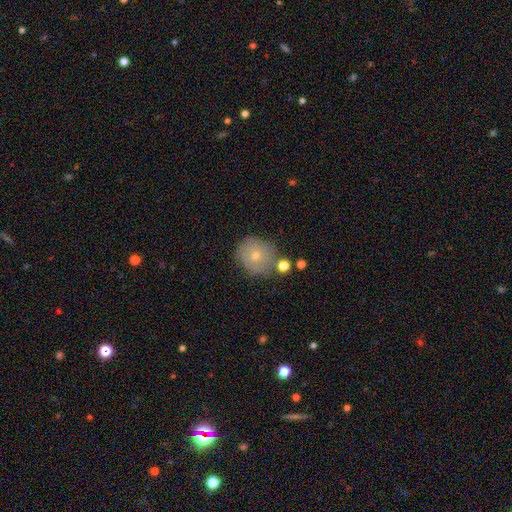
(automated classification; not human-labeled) Q: Smooth or featured?
A: smooth (67%); runner-up: featured or disk (23%)
Q: How rounded?
A: round (83%); runner-up: in between (16%)
Q: Merging?
A: none (64%); runner-up: minor disturbance (20%)